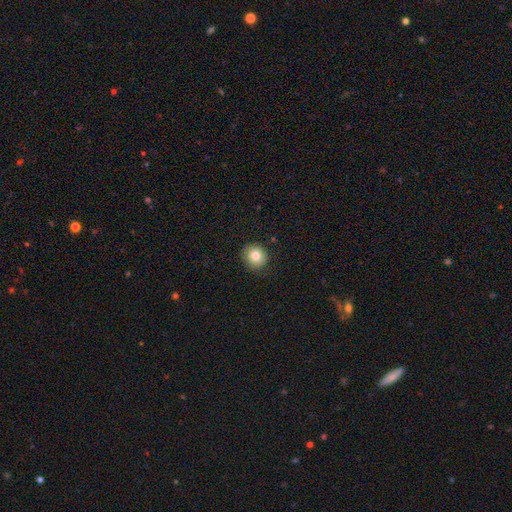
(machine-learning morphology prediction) smooth-or-featured: smooth: 81% | star or artifact: 10% | featured or disk: 9%
  how-rounded: round: 90% | in between: 9% | cigar-shaped: 1%
  merging: none: 86% | minor disturbance: 11% | major disturbance: 3% | merger: 1%